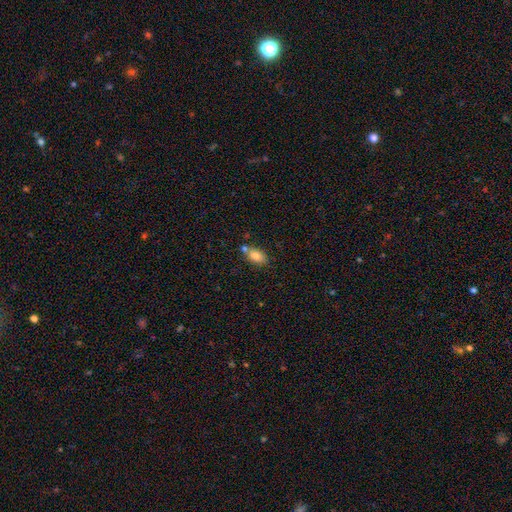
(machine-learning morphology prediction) smooth 82%, featured or disk 9%, star or artifact 9%. Down the decision tree: how rounded — in between (87%); merging — none (60%).